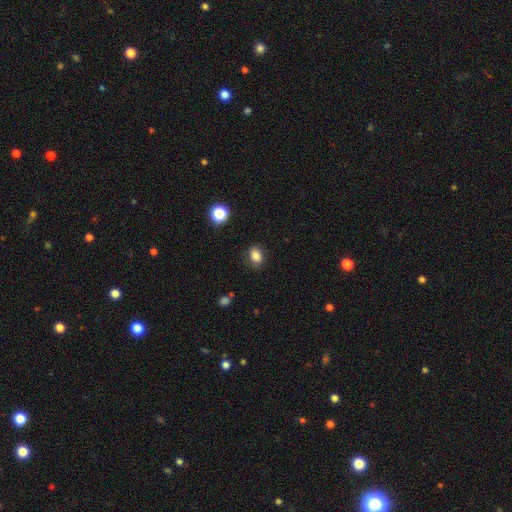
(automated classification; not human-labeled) Smooth or featured?
  - smooth: 84% *
  - star or artifact: 10%
  - featured or disk: 5%
How rounded?
  - in between: 74% *
  - round: 24%
  - cigar-shaped: 1%
Merging?
  - none: 85% *
  - minor disturbance: 11%
  - major disturbance: 3%
  - merger: 1%